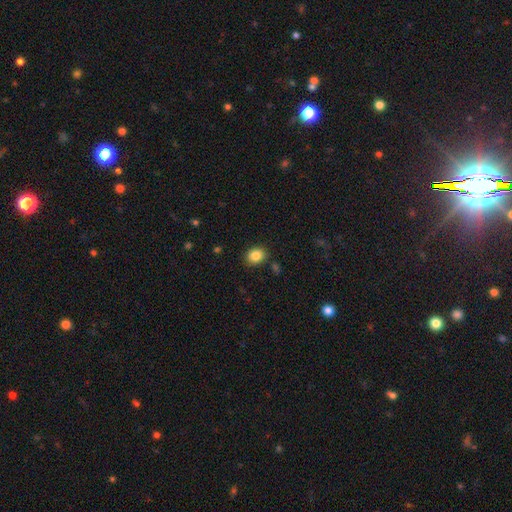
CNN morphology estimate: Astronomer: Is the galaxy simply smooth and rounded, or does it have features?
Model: smooth — 85%.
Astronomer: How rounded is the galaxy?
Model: round — 57% (runner-up: in between, 42%).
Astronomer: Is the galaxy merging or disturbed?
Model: none — 86%.